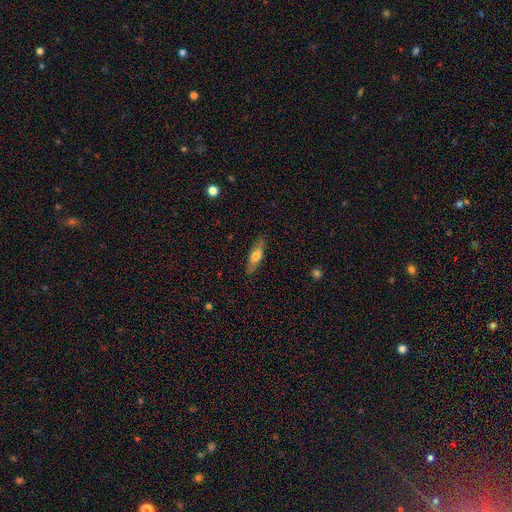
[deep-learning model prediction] This is possibly a smooth galaxy (58%). How rounded: possibly cigar-shaped (53%). Merging: clearly none (85%).